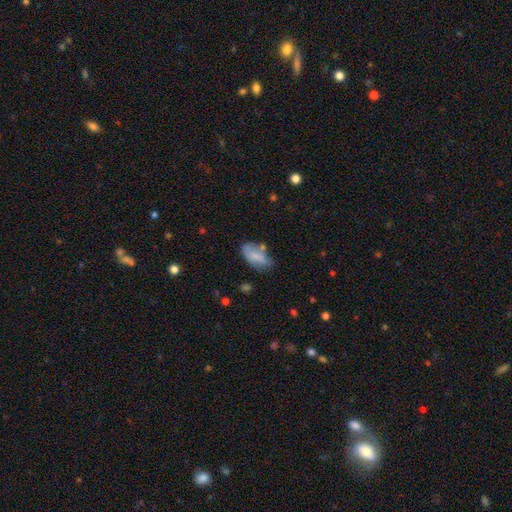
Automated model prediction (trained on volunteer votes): This is likely a smooth galaxy (73%). How rounded: clearly in between (90%). Merging: possibly none (51%).